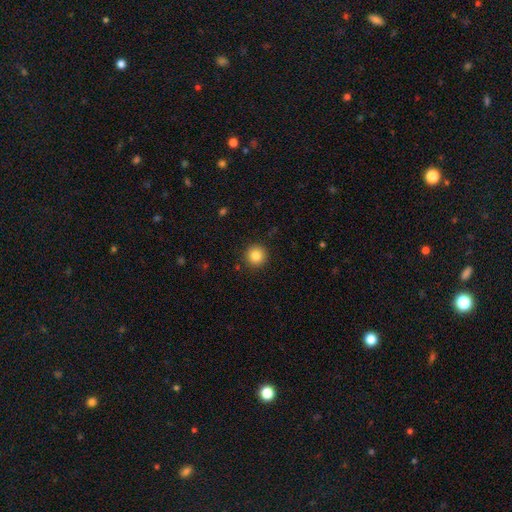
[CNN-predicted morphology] A smooth galaxy with no disk features (85%) that is round (95%).

Vote fractions:
- Smooth or featured? smooth: 85% / star or artifact: 10% / featured or disk: 5%
- How rounded? round: 95% / in between: 4% / cigar-shaped: 1%
- Merging? none: 92% / minor disturbance: 5% / major disturbance: 2% / merger: 1%